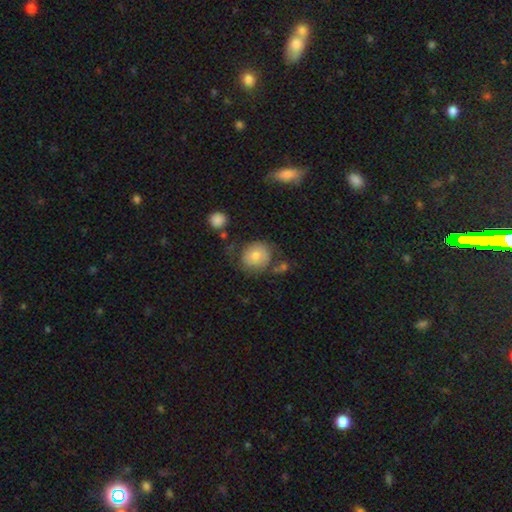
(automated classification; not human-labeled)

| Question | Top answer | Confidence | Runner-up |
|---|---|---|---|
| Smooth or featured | smooth | 70% | featured or disk (21%) |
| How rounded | round | 78% | in between (21%) |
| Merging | none | 64% | minor disturbance (19%) |